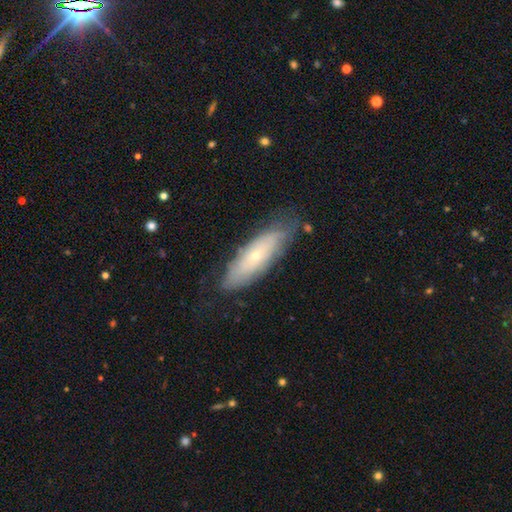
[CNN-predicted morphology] Overall: featured or disk (51%; smooth 42%). Edge-on disk: no (70%). Merging: none (74%).